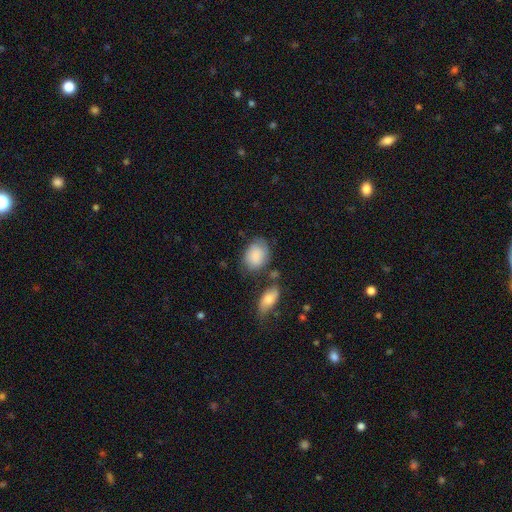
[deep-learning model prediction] This is clearly a smooth galaxy (83%). How rounded: likely in between (72%). Merging: possibly none (58%).